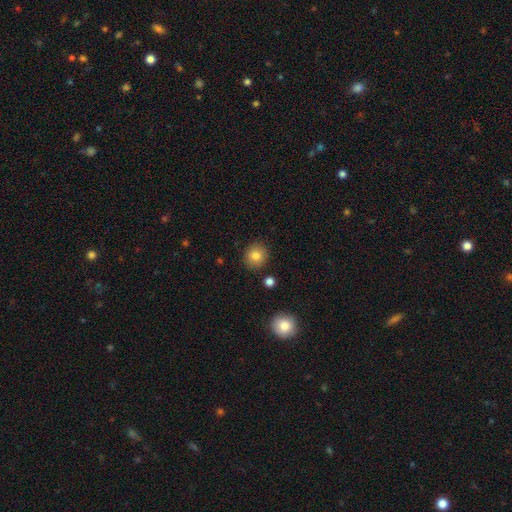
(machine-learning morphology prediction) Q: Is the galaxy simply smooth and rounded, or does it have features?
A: smooth — 84%.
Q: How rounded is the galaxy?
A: round — 88%.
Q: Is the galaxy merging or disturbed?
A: none — 88%.